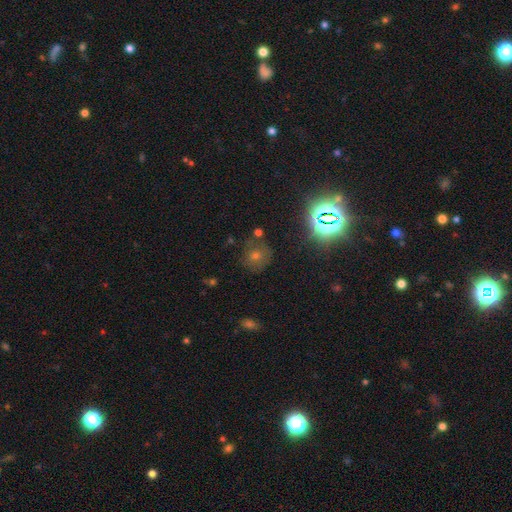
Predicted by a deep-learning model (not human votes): This is marginally a star or artifact rather than a galaxy (42%).